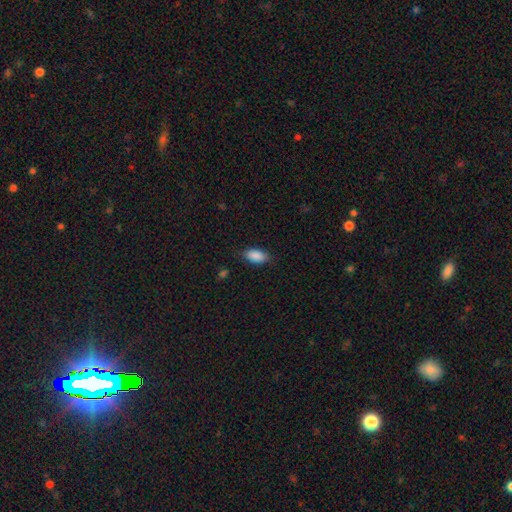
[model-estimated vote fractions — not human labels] Q: Smooth or featured?
A: smooth (89%); runner-up: star or artifact (7%)
Q: How rounded?
A: in between (93%); runner-up: round (4%)
Q: Merging?
A: none (82%); runner-up: minor disturbance (14%)